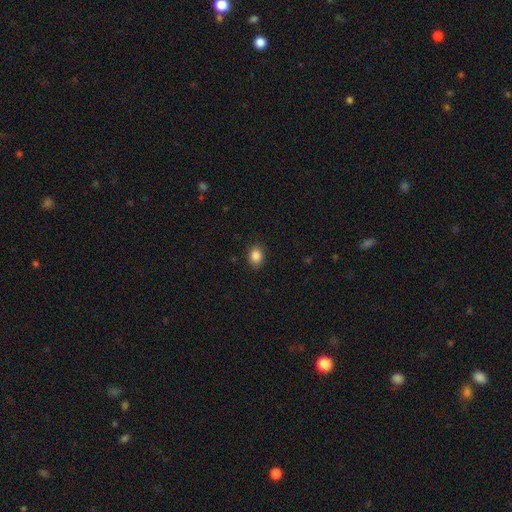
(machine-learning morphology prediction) Smooth or featured? Predicted: smooth (p=0.87). How rounded? Predicted: in between (p=0.53). Merging? Predicted: none (p=0.88).